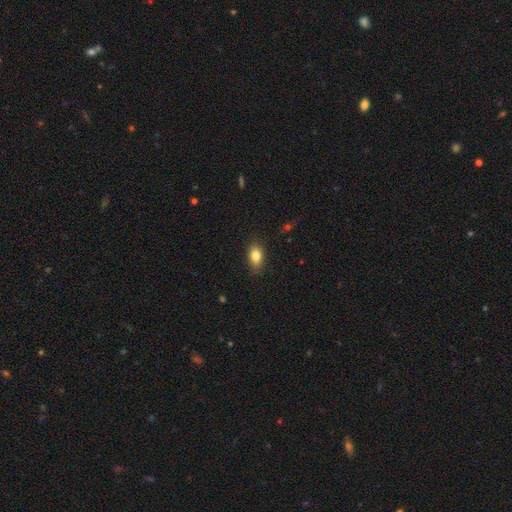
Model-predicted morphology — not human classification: Smooth or featured? Predicted: smooth (p=0.83). How rounded? Predicted: in between (p=0.83). Merging? Predicted: none (p=0.85).